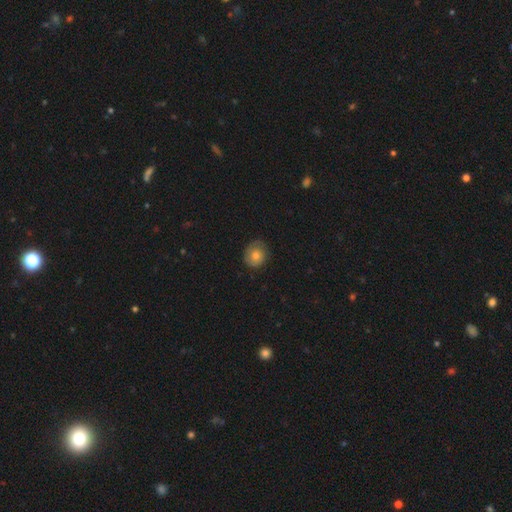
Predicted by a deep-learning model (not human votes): smooth-or-featured: smooth: 58% | featured or disk: 33% | star or artifact: 9%
  how-rounded: round: 76% | in between: 23% | cigar-shaped: 1%
  merging: none: 76% | minor disturbance: 18% | major disturbance: 5% | merger: 1%